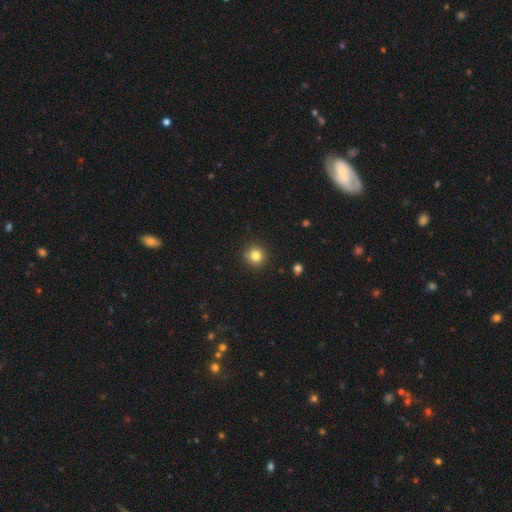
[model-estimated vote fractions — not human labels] Smooth or featured? Predicted: smooth (p=0.82). How rounded? Predicted: round (p=0.94). Merging? Predicted: none (p=0.91).